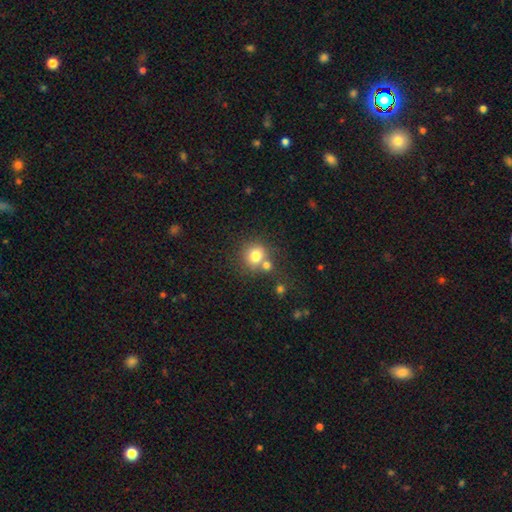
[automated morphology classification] A smooth galaxy with no disk features (77%) that is round (85%). Merging: none (58%).